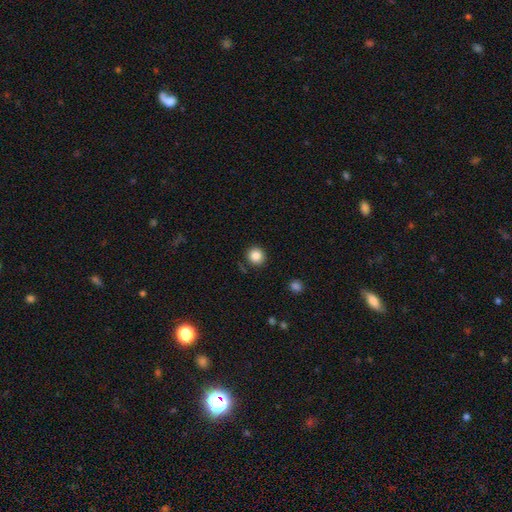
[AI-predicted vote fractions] smooth-or-featured: smooth: 85% | star or artifact: 10% | featured or disk: 4%
  how-rounded: round: 93% | in between: 6% | cigar-shaped: 1%
  merging: none: 89% | minor disturbance: 7% | merger: 2% | major disturbance: 2%